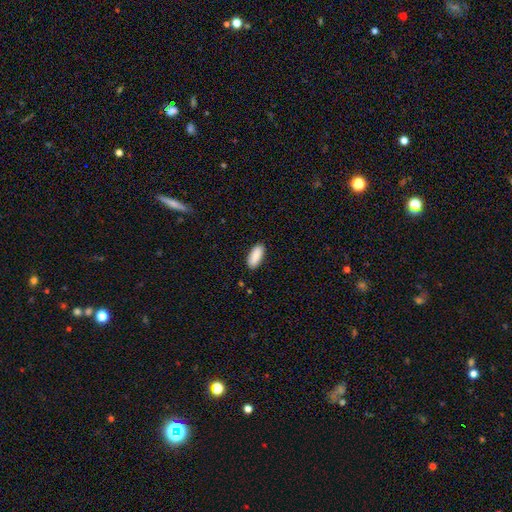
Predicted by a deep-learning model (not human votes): smooth 90%, star or artifact 6%, featured or disk 4%. Down the decision tree: how rounded — in between (84%); merging — none (89%).